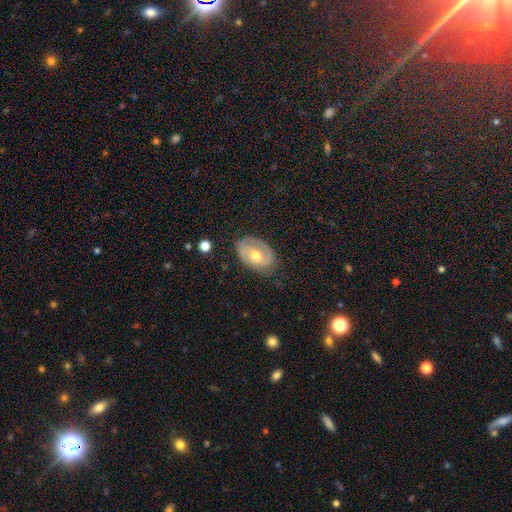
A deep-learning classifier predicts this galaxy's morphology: This is likely a featured or disk galaxy (66%). It is clearly not viewed edge-on (95%). Bar: likely no (67%). Spiral arm pattern: likely yes (75%). Central bulge: likely moderate (73%). Merging: likely none (74%).